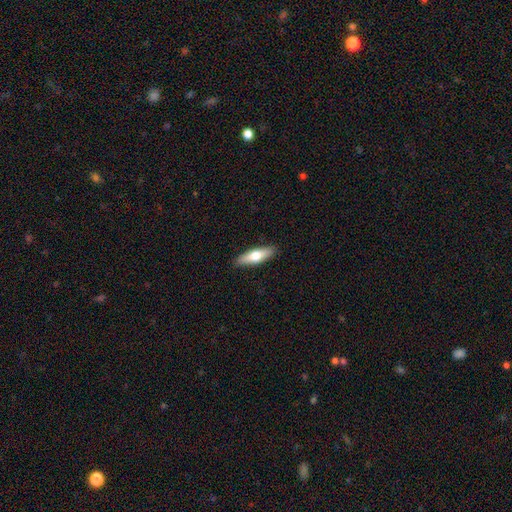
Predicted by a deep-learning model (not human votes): smooth-or-featured: smooth: 65% | featured or disk: 30% | star or artifact: 5%
  how-rounded: cigar-shaped: 53% | in between: 45% | round: 2%
  merging: none: 89% | minor disturbance: 9% | major disturbance: 2% | merger: 1%